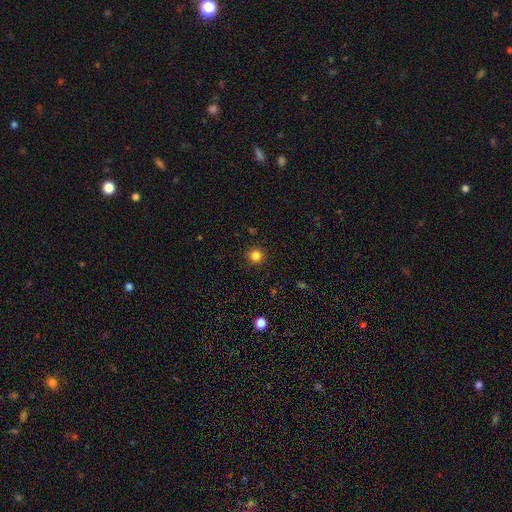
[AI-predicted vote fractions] The model was most divided on "smooth or featured": smooth: 84%, star or artifact: 12%, featured or disk: 4%. More confident: how rounded — round (94%); merging — none (92%).